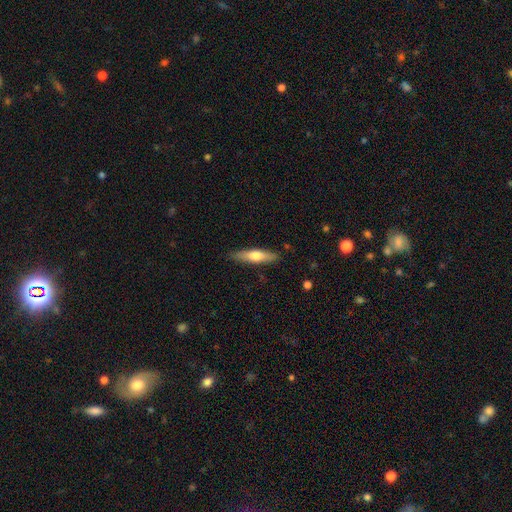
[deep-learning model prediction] Morphology: type=smooth (58%); roundness=cigar-shaped (75%); merging=none (87%).